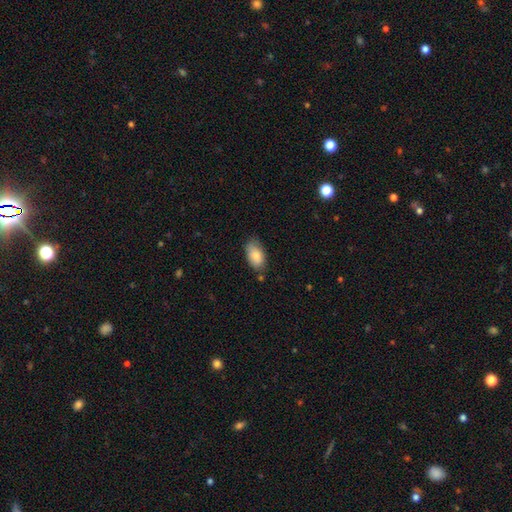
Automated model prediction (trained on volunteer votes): Morphology: type=smooth (83%); roundness=in between (94%); merging=none (69%).